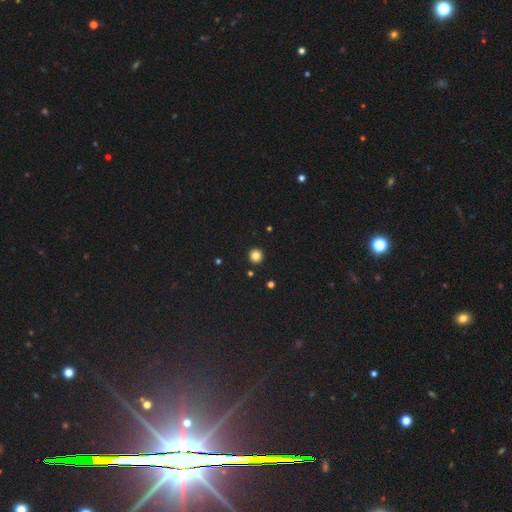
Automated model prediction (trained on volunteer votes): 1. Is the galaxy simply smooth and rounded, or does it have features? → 83% smooth, 13% star or artifact, 5% featured or disk.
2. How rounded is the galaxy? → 94% round, 5% in between, 1% cigar-shaped.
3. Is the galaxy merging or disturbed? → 93% none, 4% minor disturbance, 1% merger, 1% major disturbance.